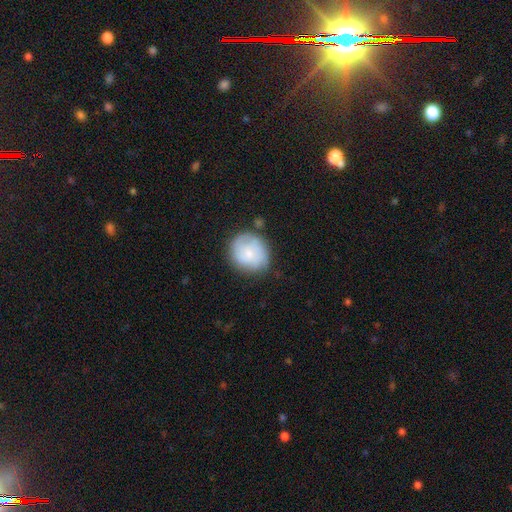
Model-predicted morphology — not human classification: smooth_or_featured: smooth (p=0.57) [alt: featured or disk p=0.35]
how_rounded: round (p=0.85) [alt: in between p=0.14]
merging: none (p=0.68) [alt: minor disturbance p=0.21]